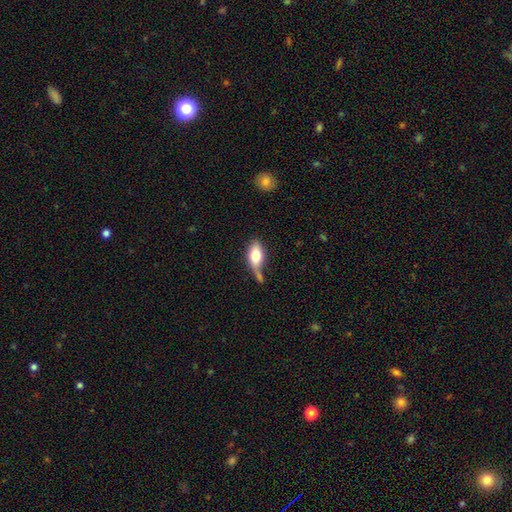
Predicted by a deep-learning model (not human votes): Smooth or featured? Predicted: smooth (p=0.74). How rounded? Predicted: in between (p=0.86). Merging? Predicted: none (p=0.38).